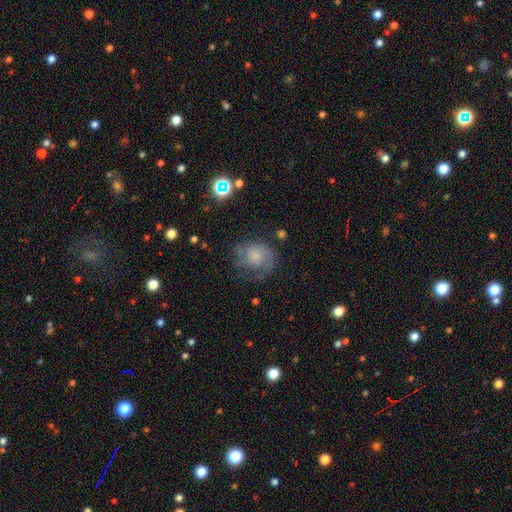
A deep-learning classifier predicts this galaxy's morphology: Smooth or featured?
  - smooth: 45% *
  - featured or disk: 43%
  - star or artifact: 12%
Merging?
  - none: 58% *
  - minor disturbance: 23%
  - major disturbance: 16%
  - merger: 2%